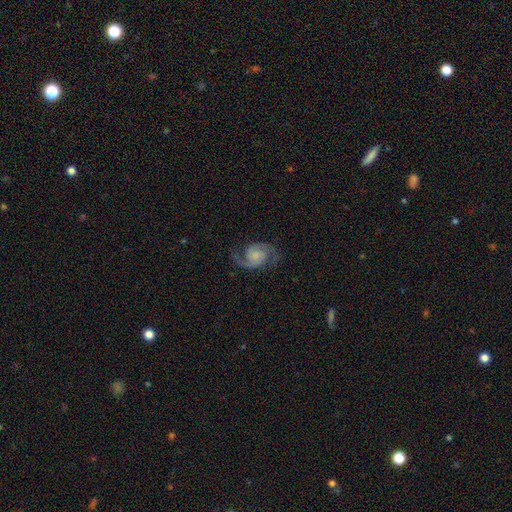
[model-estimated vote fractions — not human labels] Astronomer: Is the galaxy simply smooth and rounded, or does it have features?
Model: featured or disk — 88%.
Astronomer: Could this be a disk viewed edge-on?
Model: no — 98%.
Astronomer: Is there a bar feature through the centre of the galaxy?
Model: no — 63%.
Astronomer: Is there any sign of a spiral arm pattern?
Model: yes — 98%.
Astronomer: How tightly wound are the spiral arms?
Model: medium — 56%.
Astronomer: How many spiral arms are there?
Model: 2 — 93%.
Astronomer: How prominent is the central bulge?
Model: none — 35% (runner-up: small, 29%).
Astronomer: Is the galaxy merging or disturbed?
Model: none — 78%.